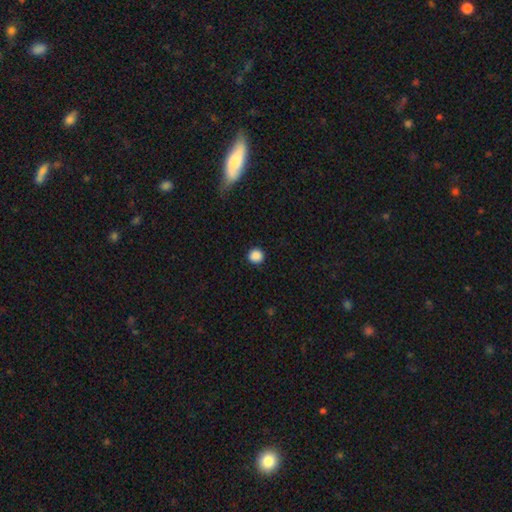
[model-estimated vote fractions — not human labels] A smooth galaxy with no disk features (88%) that is round (93%). Merging: none (92%).